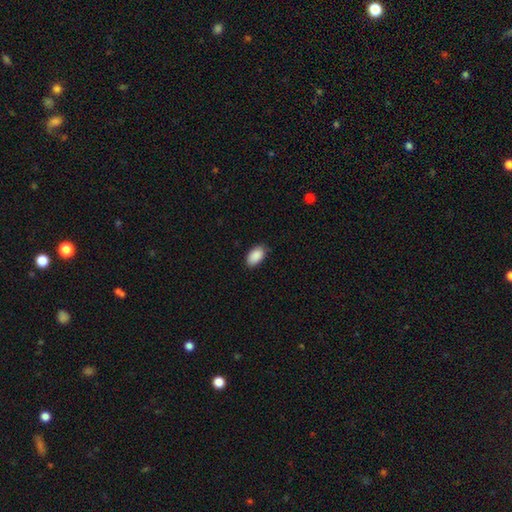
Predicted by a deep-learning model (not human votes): Morphology: type=smooth (90%); roundness=in between (95%); merging=none (81%).